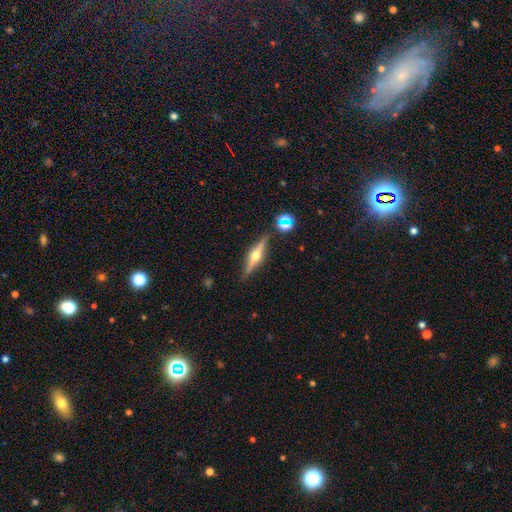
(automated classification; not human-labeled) Smooth or featured?
  - featured or disk: 75% *
  - smooth: 17%
  - star or artifact: 8%
Edge-on disk?
  - yes: 97% *
  - no: 3%
Edge-on bulge?
  - rounded: 95% *
  - boxy: 3%
  - none: 2%
Merging?
  - none: 87% *
  - minor disturbance: 8%
  - merger: 3%
  - major disturbance: 2%